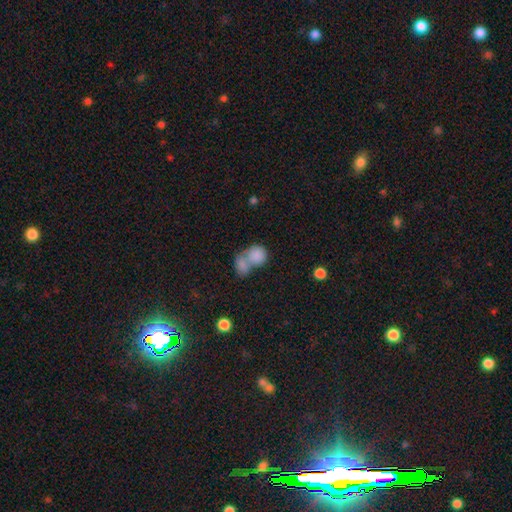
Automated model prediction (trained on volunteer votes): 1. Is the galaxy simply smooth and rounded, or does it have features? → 83% smooth, 9% featured or disk, 8% star or artifact.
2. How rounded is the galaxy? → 61% round, 37% in between, 1% cigar-shaped.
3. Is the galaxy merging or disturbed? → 67% merger, 21% none, 7% minor disturbance, 5% major disturbance.